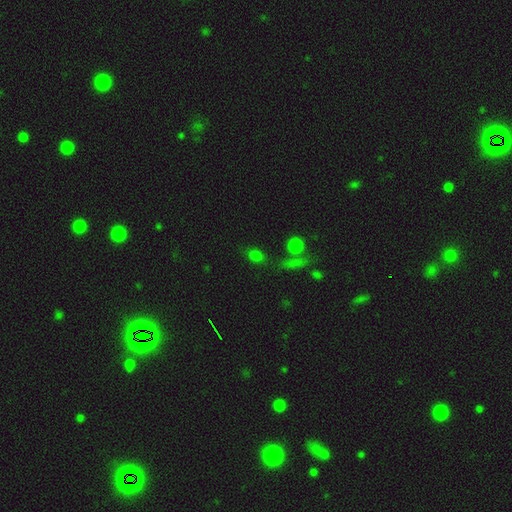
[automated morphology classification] A smooth galaxy with no disk features (72%) that is in between round and cigar-shaped (50%).

Vote fractions:
- Smooth or featured? smooth: 72% / star or artifact: 21% / featured or disk: 6%
- How rounded? in between: 50% / round: 45% / cigar-shaped: 5%
- Merging? none: 74% / minor disturbance: 13% / merger: 8% / major disturbance: 6%